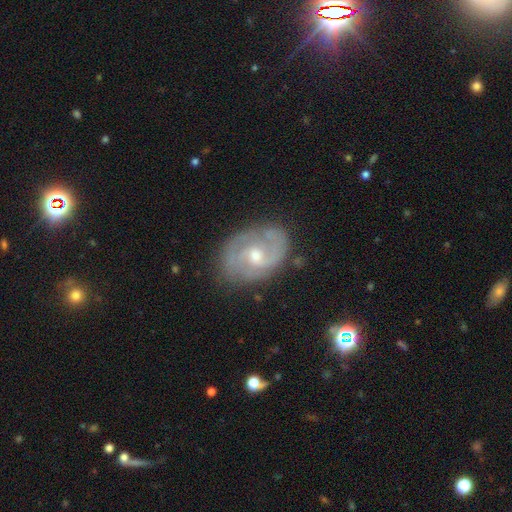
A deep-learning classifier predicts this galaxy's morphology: Smooth or featured: featured or disk — 78% (smooth — 15%)
Edge-on disk: no — 96% (yes — 4%)
Bar: no — 46% (weak — 45%)
Spiral arms: yes — 87% (no — 13%)
Spiral winding: medium — 42% (tied with tight — 42%)
Spiral arm count: 2 — 65% (can't tell — 20%)
Bulge size: moderate — 61% (small — 34%)
Merging: none — 74% (minor disturbance — 19%)